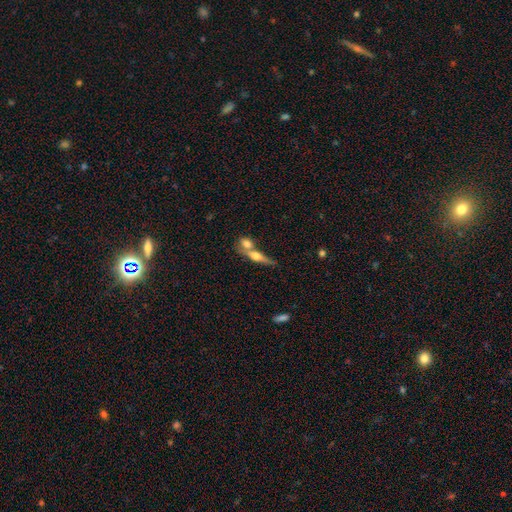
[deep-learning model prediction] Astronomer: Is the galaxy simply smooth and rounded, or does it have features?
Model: featured or disk — 50% (runner-up: smooth, 42%).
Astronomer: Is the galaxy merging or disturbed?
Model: merger — 48% (runner-up: none, 39%).